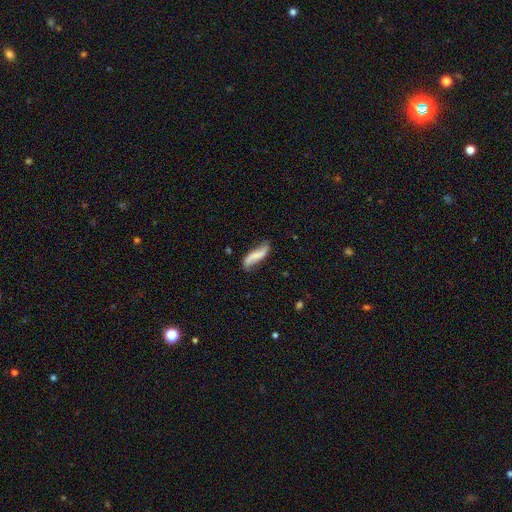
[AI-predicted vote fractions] Smooth or featured? Predicted: featured or disk (p=0.55). Edge-on disk? Predicted: no (p=0.87). Merging? Predicted: none (p=0.65).